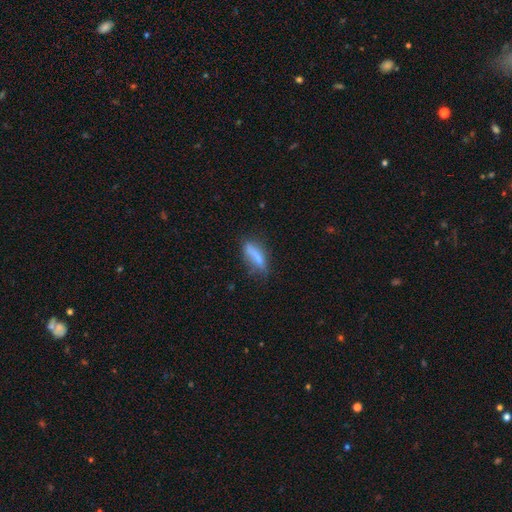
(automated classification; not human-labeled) A smooth galaxy with no disk features (63%) that is cigar-shaped (52%). Merging: none (57%).